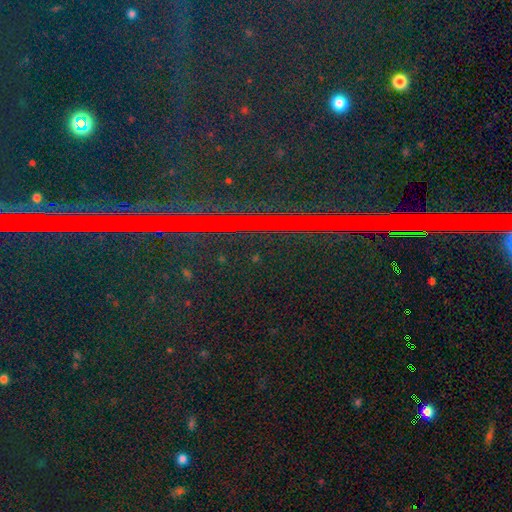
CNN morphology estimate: type=star or artifact (86%).